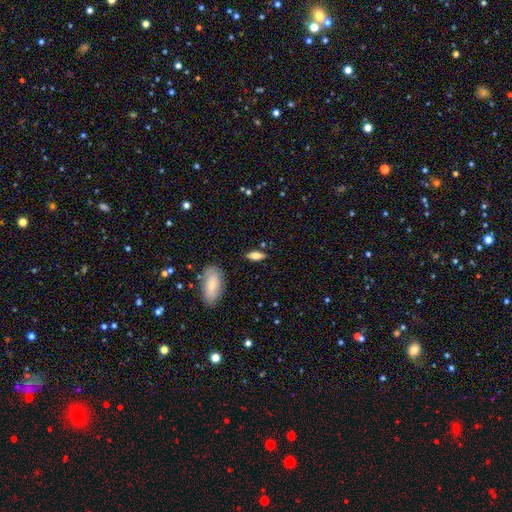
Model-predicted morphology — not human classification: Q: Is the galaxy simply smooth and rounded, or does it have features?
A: smooth — 63%.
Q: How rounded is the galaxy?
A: in between — 65%.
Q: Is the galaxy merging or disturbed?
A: none — 82%.